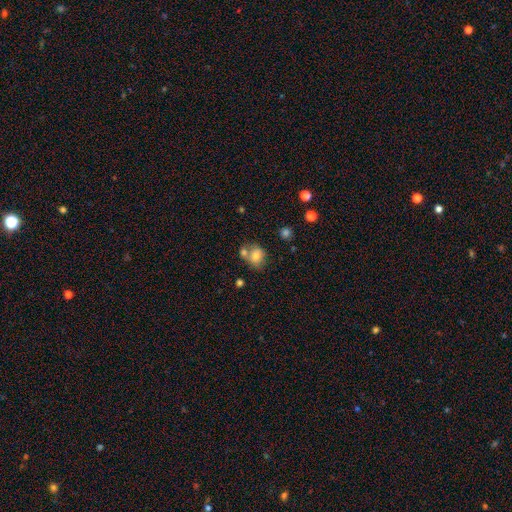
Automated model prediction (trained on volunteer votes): Q: Smooth or featured?
A: smooth (73%); runner-up: featured or disk (16%)
Q: How rounded?
A: round (61%); runner-up: in between (38%)
Q: Merging?
A: none (43%); runner-up: merger (39%)